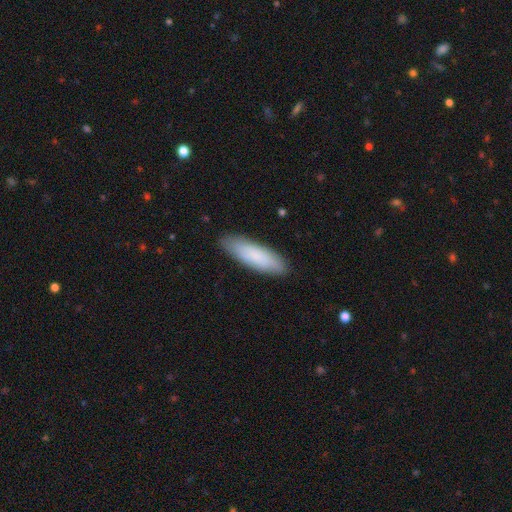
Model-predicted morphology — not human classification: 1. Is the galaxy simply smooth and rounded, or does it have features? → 80% smooth, 14% featured or disk, 6% star or artifact.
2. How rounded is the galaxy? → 54% cigar-shaped, 44% in between, 1% round.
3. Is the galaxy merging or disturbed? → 87% none, 10% minor disturbance, 2% major disturbance, 1% merger.